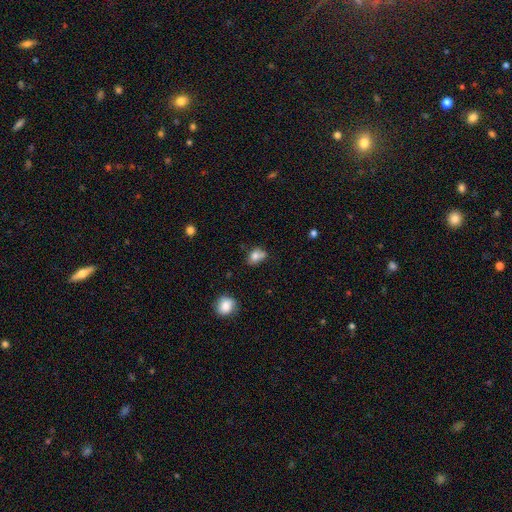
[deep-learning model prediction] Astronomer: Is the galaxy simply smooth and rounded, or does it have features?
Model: smooth — 75%.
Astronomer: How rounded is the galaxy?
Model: in between — 62%.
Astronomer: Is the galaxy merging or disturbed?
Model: none — 42% (runner-up: merger, 28%).